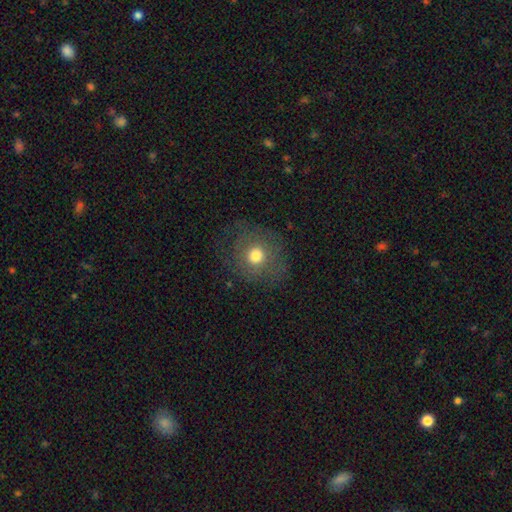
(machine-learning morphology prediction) Q: Smooth or featured?
A: smooth (69%); runner-up: featured or disk (19%)
Q: How rounded?
A: round (88%); runner-up: in between (11%)
Q: Merging?
A: none (76%); runner-up: minor disturbance (13%)